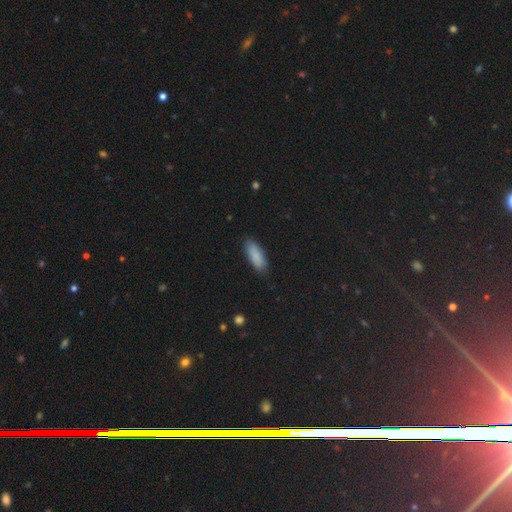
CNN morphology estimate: smooth 89%, star or artifact 6%, featured or disk 5%. Down the decision tree: how rounded — in between (68%); merging — none (84%).